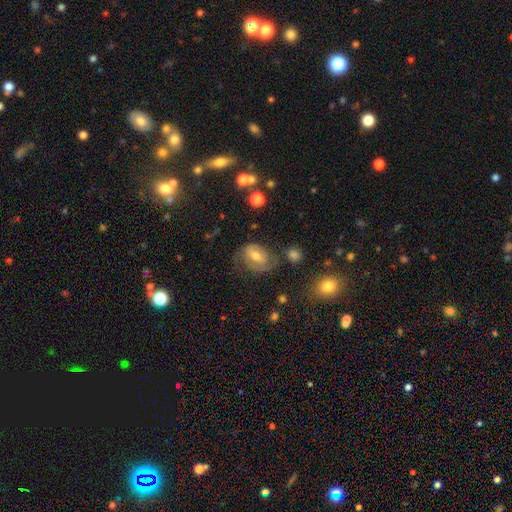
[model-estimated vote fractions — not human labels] A featured or disk galaxy (53%) with a weak bar (44%), spiral arms (68%) and a moderate central bulge (69%).

Vote fractions:
- Smooth or featured? featured or disk: 53% / smooth: 36% / star or artifact: 10%
- Edge-on disk? no: 95% / yes: 5%
- Bar? weak: 44% / no: 36% / strong: 19%
- Spiral arms? yes: 68% / no: 32%
- Bulge size? moderate: 69% / small: 20% / large: 8% / none: 2% / dominant: 1%
- Merging? none: 57% / minor disturbance: 24% / major disturbance: 15% / merger: 4%